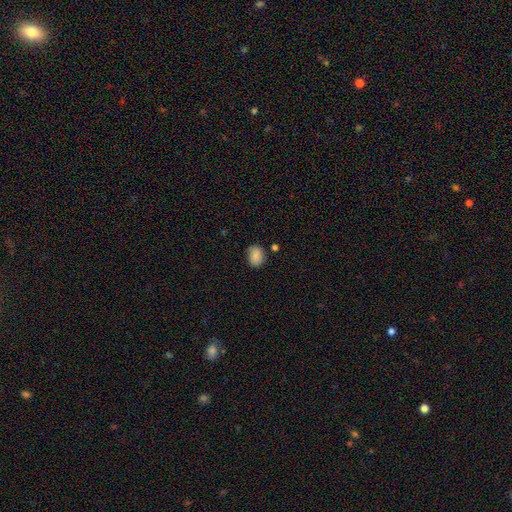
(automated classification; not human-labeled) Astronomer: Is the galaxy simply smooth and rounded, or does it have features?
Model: smooth — 86%.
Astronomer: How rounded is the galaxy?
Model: in between — 57% (runner-up: round, 42%).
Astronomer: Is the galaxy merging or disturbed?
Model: none — 77%.